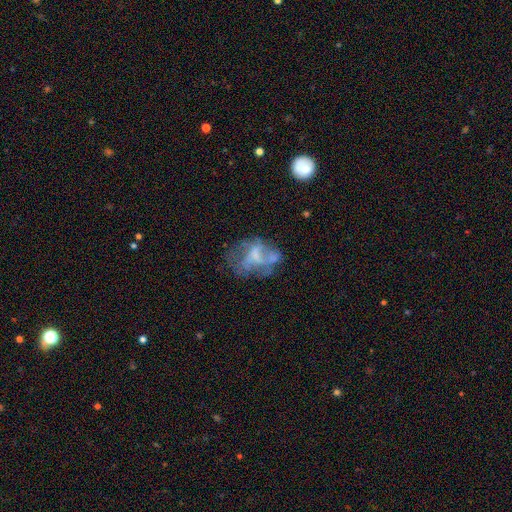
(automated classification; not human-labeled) Q: Smooth or featured?
A: featured or disk (57%); runner-up: smooth (30%)
Q: Edge-on disk?
A: no (98%); runner-up: yes (2%)
Q: Bar?
A: no (72%); runner-up: weak (22%)
Q: Spiral arms?
A: no (81%); runner-up: yes (19%)
Q: Bulge size?
A: none (54%); runner-up: moderate (21%)
Q: Merging?
A: major disturbance (35%); runner-up: none (32%)